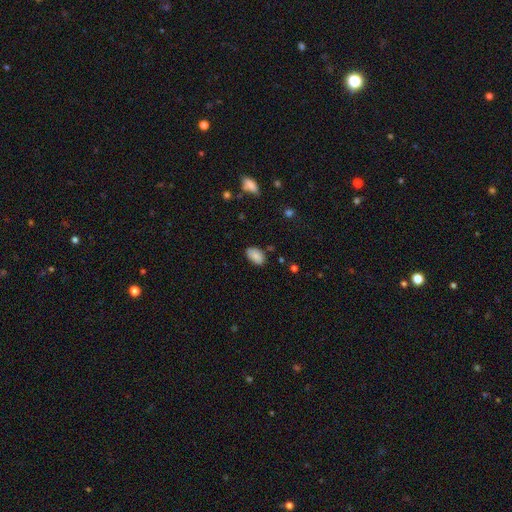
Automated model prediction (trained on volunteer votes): Q: Smooth or featured?
A: smooth (86%); runner-up: star or artifact (8%)
Q: How rounded?
A: in between (93%); runner-up: round (6%)
Q: Merging?
A: none (81%); runner-up: minor disturbance (14%)